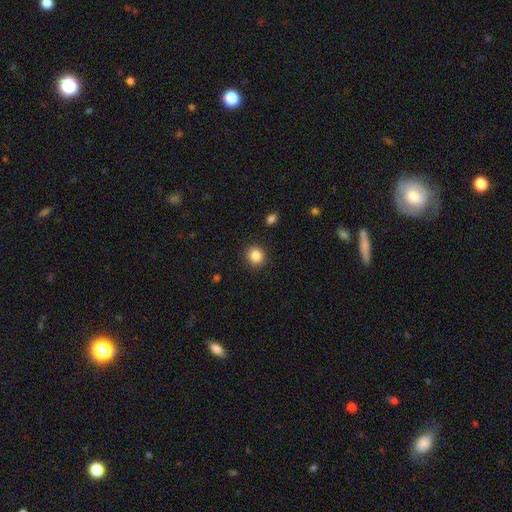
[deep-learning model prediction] Overall: smooth (85%). How rounded: round (86%). Merging: none (90%).